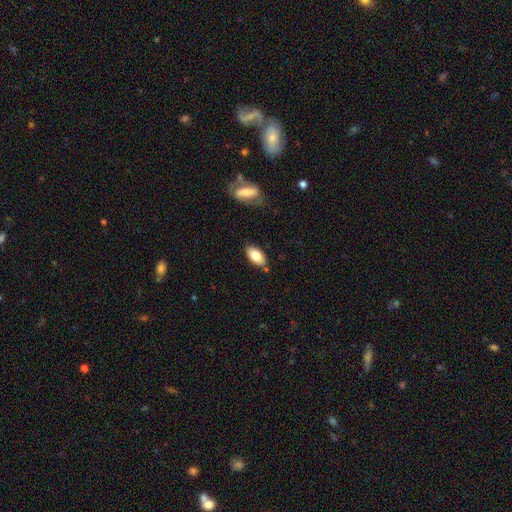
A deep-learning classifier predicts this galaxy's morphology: Smooth or featured? smooth (77%)
How rounded? in between (92%)
Merging? none (81%)